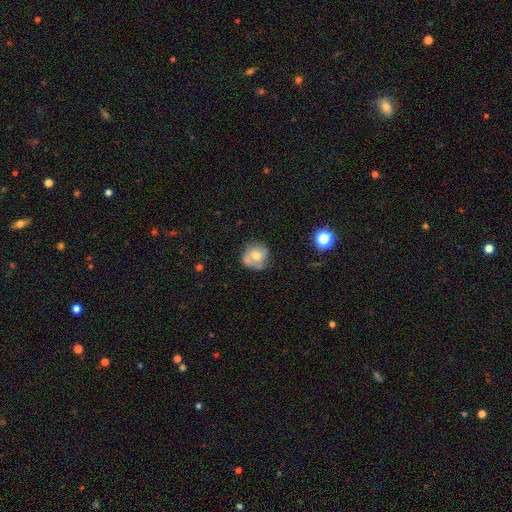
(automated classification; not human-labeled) A smooth galaxy with no disk features (59%) that is round (85%).

Vote fractions:
- Smooth or featured? smooth: 59% / featured or disk: 32% / star or artifact: 9%
- How rounded? round: 85% / in between: 14% / cigar-shaped: 1%
- Merging? none: 58% / minor disturbance: 22% / merger: 13% / major disturbance: 7%